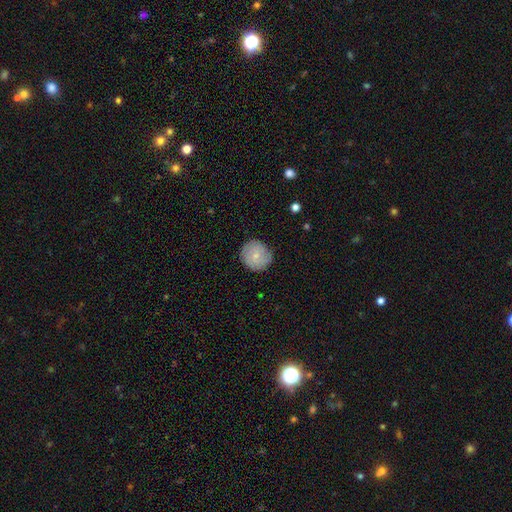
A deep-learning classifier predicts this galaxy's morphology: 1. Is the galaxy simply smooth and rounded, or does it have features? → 62% smooth, 30% featured or disk, 7% star or artifact.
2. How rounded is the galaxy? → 90% round, 9% in between, 1% cigar-shaped.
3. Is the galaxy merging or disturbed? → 82% none, 14% minor disturbance, 3% major disturbance, 1% merger.